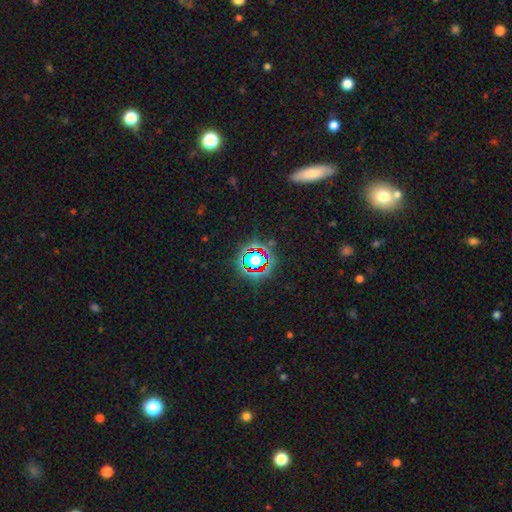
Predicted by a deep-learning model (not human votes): star or artifact 65%, smooth 23%, featured or disk 12%.